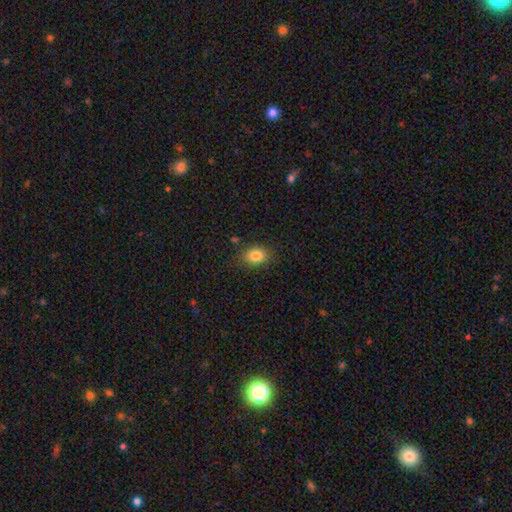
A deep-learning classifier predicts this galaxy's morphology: This appears to be a smooth galaxy with no disk features (84%) that is in between round and cigar-shaped (66%). Merging: none (82%).